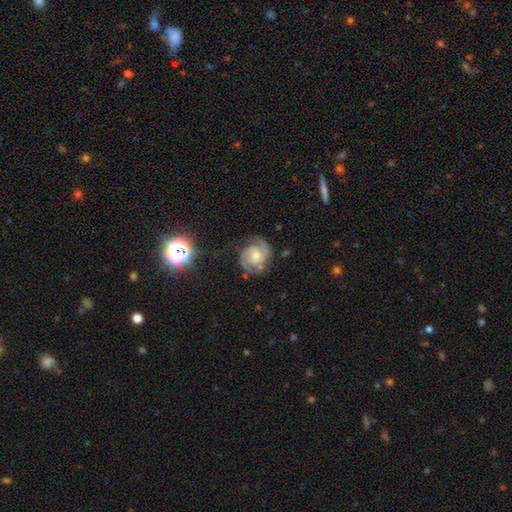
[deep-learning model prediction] featured or disk 83%, smooth 10%, star or artifact 7%. Down the decision tree: edge-on disk — no (98%); bar — no (63%); spiral arms — yes (97%); spiral arm count — 2 (82%); spiral winding — tight (50%); bulge size — moderate (48%); merging — none (73%).